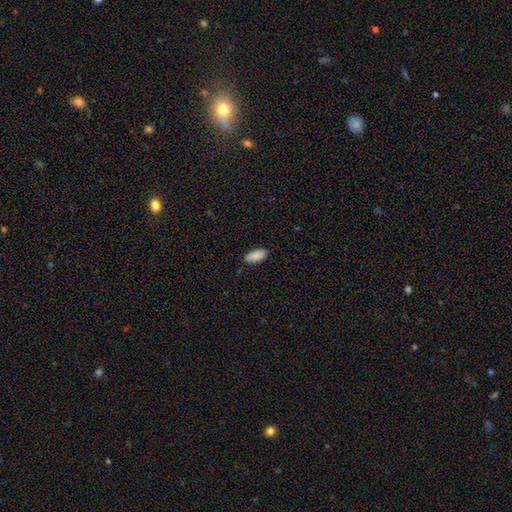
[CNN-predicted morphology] This is clearly a smooth galaxy (88%). How rounded: clearly in between (90%). Merging: clearly none (87%).